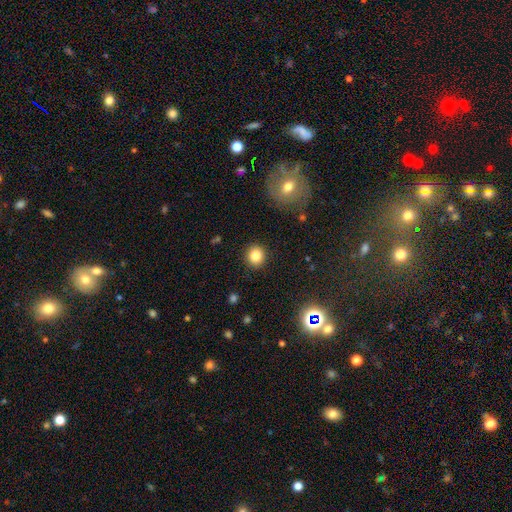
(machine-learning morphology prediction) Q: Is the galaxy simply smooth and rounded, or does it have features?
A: smooth — 84%.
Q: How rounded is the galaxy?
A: round — 86%.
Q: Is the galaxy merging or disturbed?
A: none — 91%.